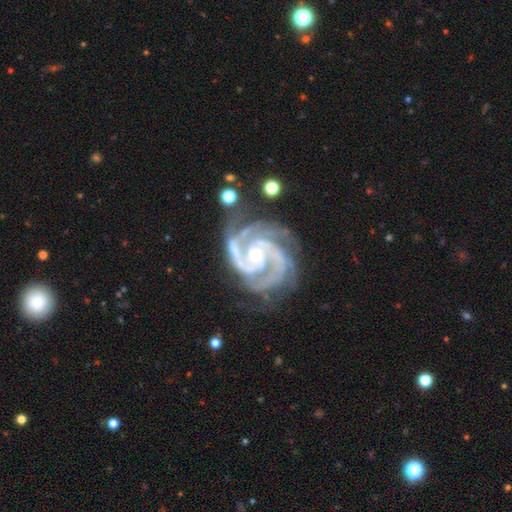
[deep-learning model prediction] Smooth or featured?
  - featured or disk: 94% *
  - star or artifact: 4%
  - smooth: 2%
Edge-on disk?
  - no: 98% *
  - yes: 2%
Bar?
  - no: 59% *
  - weak: 28%
  - strong: 14%
Spiral arms?
  - yes: 99% *
  - no: 1%
Spiral winding?
  - tight: 60% *
  - medium: 36%
  - loose: 3%
Spiral arm count?
  - 3: 46% *
  - 2: 25%
  - 4: 12%
  - can't tell: 7%
  - more than 4: 5%
  - 1: 5%
Bulge size?
  - small: 64% *
  - moderate: 31%
  - none: 2%
  - large: 2%
  - dominant: 1%
Merging?
  - none: 62% *
  - minor disturbance: 22%
  - major disturbance: 12%
  - merger: 3%